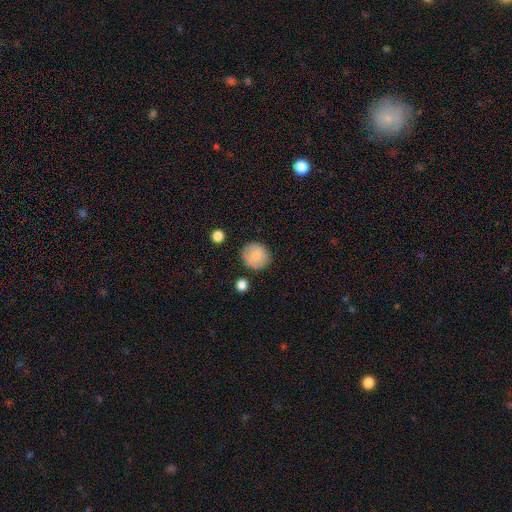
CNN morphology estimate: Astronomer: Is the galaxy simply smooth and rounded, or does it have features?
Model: smooth — 78%.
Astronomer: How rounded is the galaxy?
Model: round — 88%.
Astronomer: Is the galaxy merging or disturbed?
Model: none — 79%.